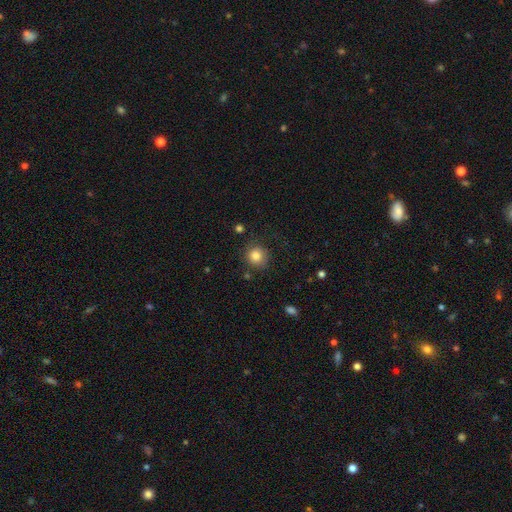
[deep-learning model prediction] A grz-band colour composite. It shows a smooth galaxy with no disk features (83%) that is round (87%). Merging: none (79%).